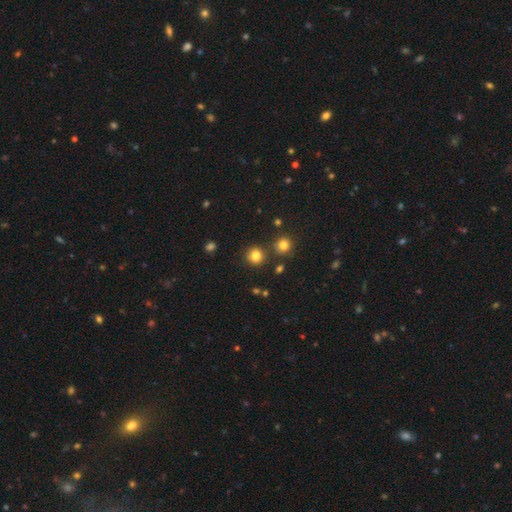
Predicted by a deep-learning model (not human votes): Overall: smooth (81%). How rounded: round (92%). Merging: none (84%).